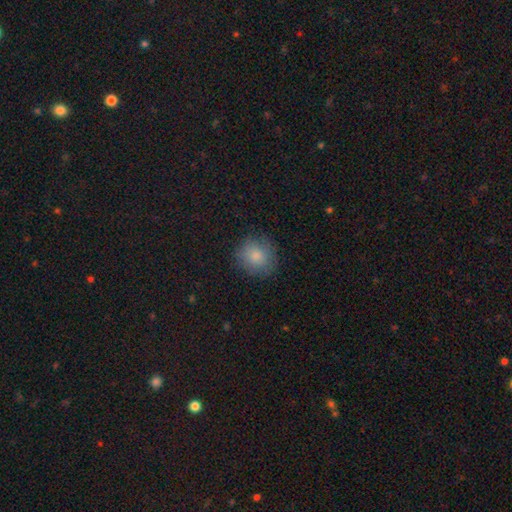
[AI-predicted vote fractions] A smooth galaxy with no disk features (84%) that is round (88%). Merging: none (84%).